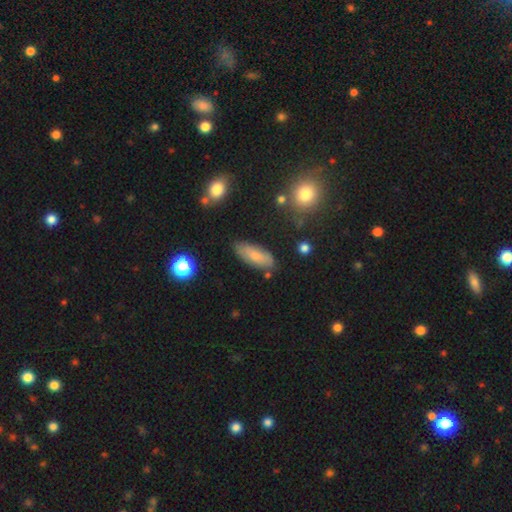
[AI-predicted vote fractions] The model was most divided on "how rounded": in between: 70%, cigar-shaped: 28%, round: 2%. More confident: merging — none (76%); smooth or featured — smooth (72%).